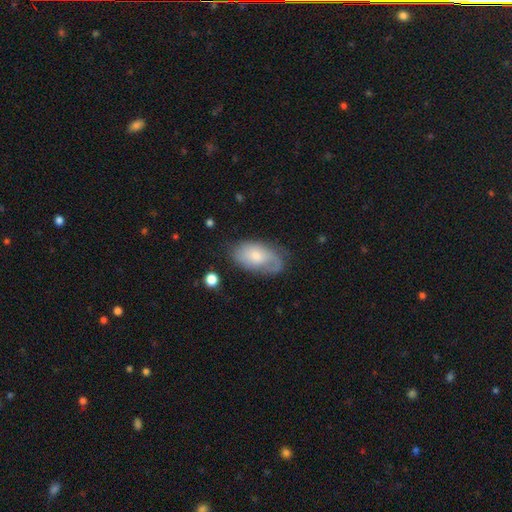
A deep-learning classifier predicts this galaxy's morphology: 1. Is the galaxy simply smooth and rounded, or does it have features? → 55% smooth, 38% featured or disk, 7% star or artifact.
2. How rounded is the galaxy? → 93% in between, 5% round, 2% cigar-shaped.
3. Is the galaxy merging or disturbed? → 58% none, 27% minor disturbance, 13% major disturbance, 2% merger.